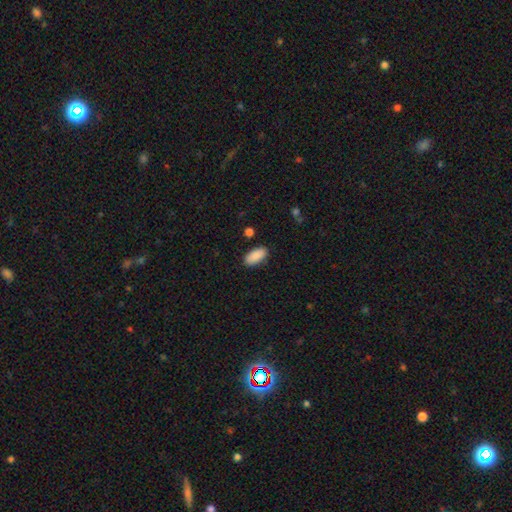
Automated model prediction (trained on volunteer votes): smooth_or_featured: smooth (p=0.90) [alt: star or artifact p=0.06]
how_rounded: in between (p=0.92) [alt: cigar-shaped p=0.06]
merging: none (p=0.86) [alt: minor disturbance p=0.09]